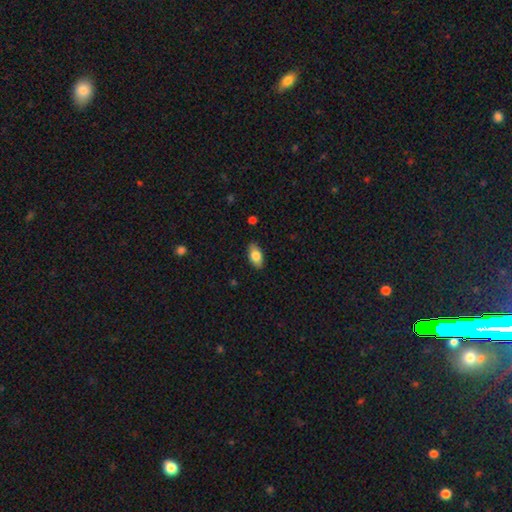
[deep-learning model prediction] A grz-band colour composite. It shows a smooth galaxy with no disk features (79%) that is in between round and cigar-shaped (92%). Merging: none (86%).